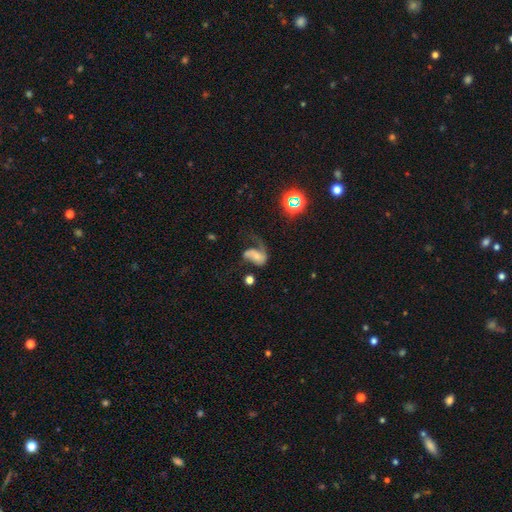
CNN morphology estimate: Smooth or featured? Predicted: featured or disk (p=0.51). Edge-on disk? Predicted: no (p=0.96). Merging? Predicted: major disturbance (p=0.50).